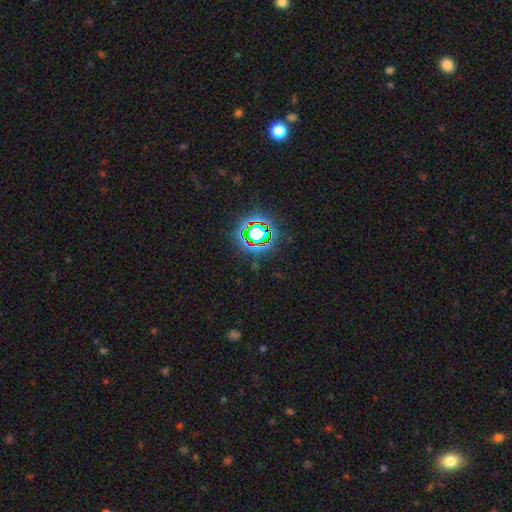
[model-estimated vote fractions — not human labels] The model was most divided on "smooth or featured": star or artifact: 77%, smooth: 15%, featured or disk: 8%.